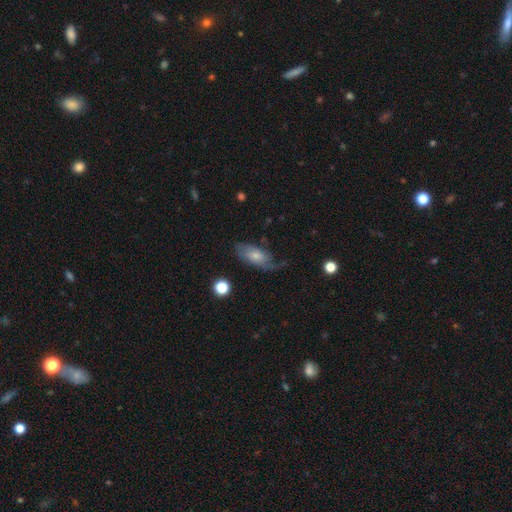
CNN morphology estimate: A smooth galaxy with no disk features (54%) that is in between round and cigar-shaped (87%).

Vote fractions:
- Smooth or featured? smooth: 54% / featured or disk: 39% / star or artifact: 7%
- How rounded? in between: 87% / cigar-shaped: 9% / round: 4%
- Merging? none: 46% / minor disturbance: 29% / major disturbance: 22% / merger: 3%